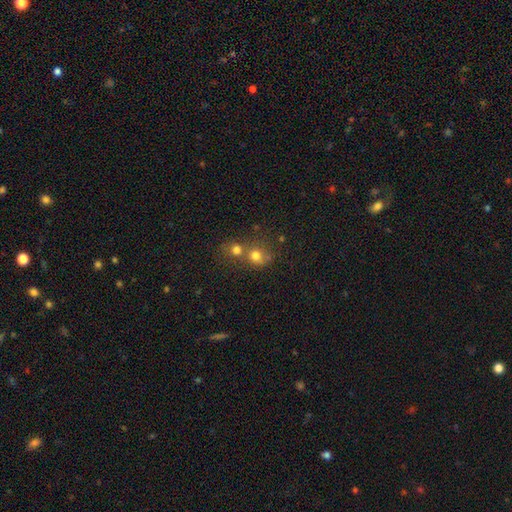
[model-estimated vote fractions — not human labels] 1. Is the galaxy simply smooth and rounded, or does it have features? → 73% smooth, 15% star or artifact, 12% featured or disk.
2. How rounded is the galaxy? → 77% round, 22% in between, 1% cigar-shaped.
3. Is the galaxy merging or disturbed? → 51% merger, 37% none, 8% minor disturbance, 4% major disturbance.